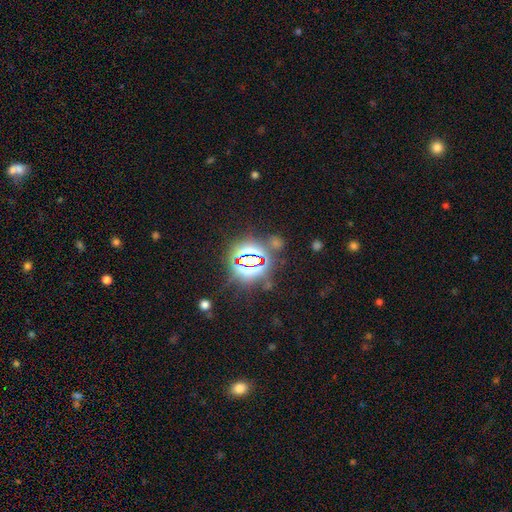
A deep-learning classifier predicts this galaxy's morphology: Smooth or featured: star or artifact — 82% (smooth — 11%)